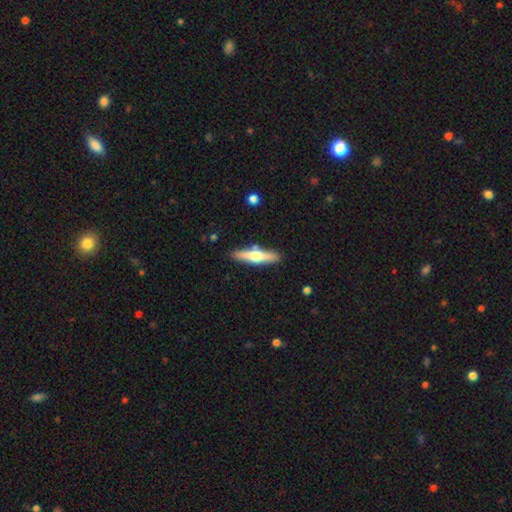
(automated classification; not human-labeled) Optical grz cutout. It shows a featured or disk galaxy (52%) viewed edge-on (93%). Merging: none (85%).